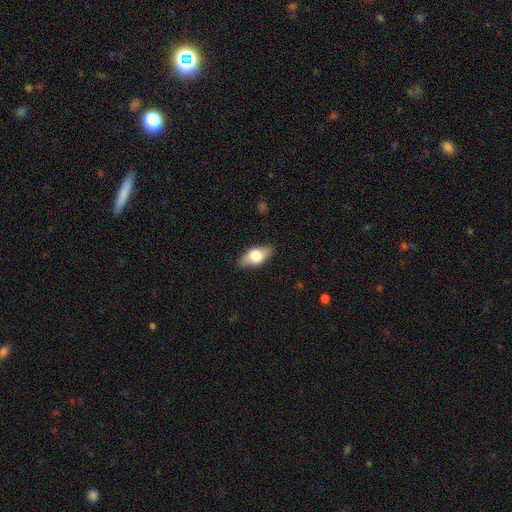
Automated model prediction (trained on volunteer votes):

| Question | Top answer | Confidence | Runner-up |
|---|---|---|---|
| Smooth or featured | smooth | 60% | featured or disk (33%) |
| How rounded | in between | 85% | cigar-shaped (10%) |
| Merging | none | 84% | minor disturbance (12%) |